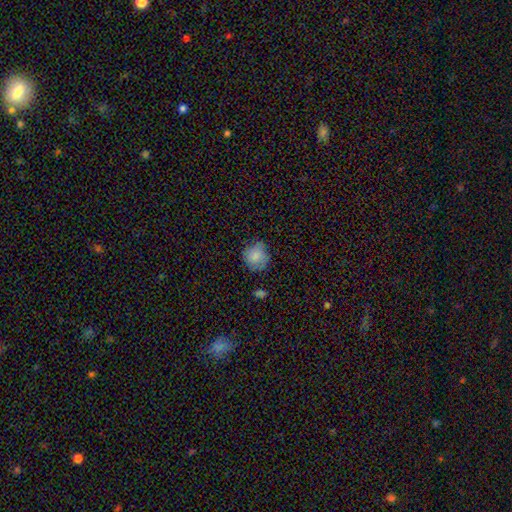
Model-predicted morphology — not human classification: type=smooth (82%); roundness=round (84%); merging=none (70%).